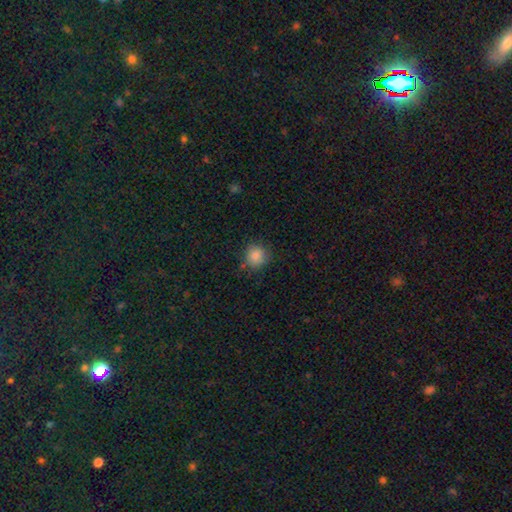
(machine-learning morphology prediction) A smooth galaxy with no disk features (85%) that is round (88%). Merging: none (79%).